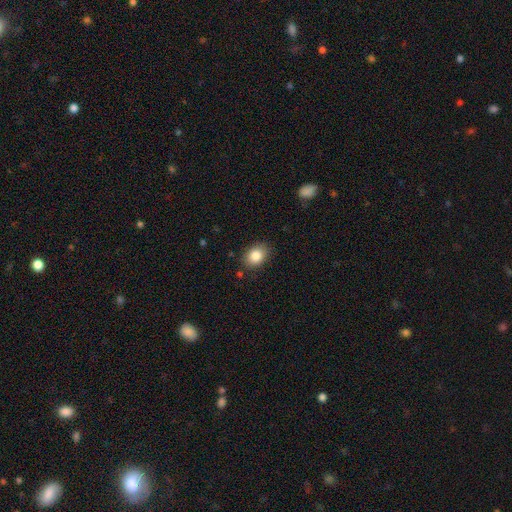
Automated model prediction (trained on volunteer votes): smooth_or_featured: smooth (p=0.85) [alt: star or artifact p=0.08]
how_rounded: in between (p=0.70) [alt: round p=0.29]
merging: none (p=0.83) [alt: minor disturbance p=0.12]